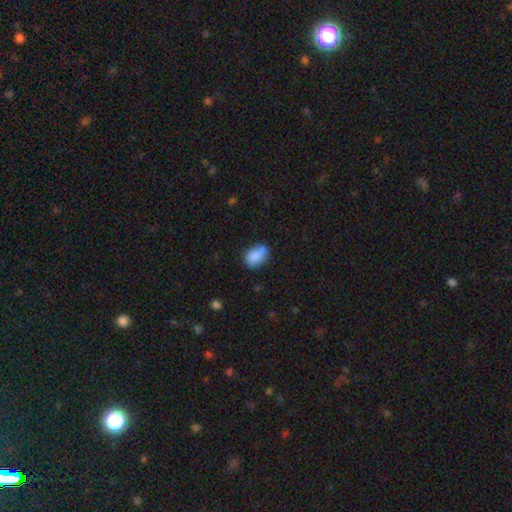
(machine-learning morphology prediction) A smooth galaxy with no disk features (82%) that is in between round and cigar-shaped (80%).

Vote fractions:
- Smooth or featured? smooth: 82% / featured or disk: 10% / star or artifact: 8%
- How rounded? in between: 80% / round: 18% / cigar-shaped: 2%
- Merging? none: 55% / minor disturbance: 26% / merger: 13% / major disturbance: 7%